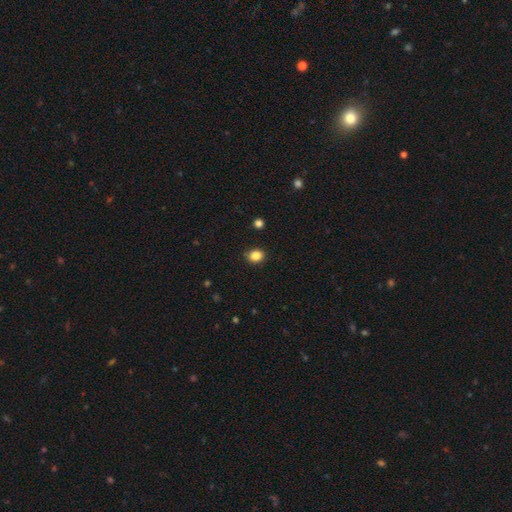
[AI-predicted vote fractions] Smooth or featured? Predicted: smooth (p=0.85). How rounded? Predicted: round (p=0.59). Merging? Predicted: none (p=0.89).